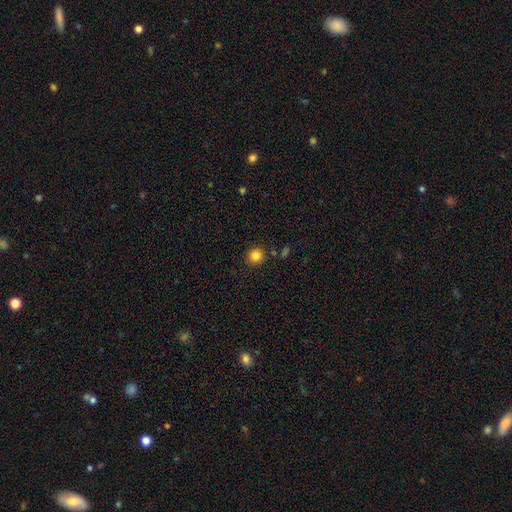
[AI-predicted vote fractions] smooth_or_featured: smooth (p=0.84) [alt: star or artifact p=0.11]
how_rounded: round (p=0.92) [alt: in between p=0.07]
merging: none (p=0.88) [alt: minor disturbance p=0.07]